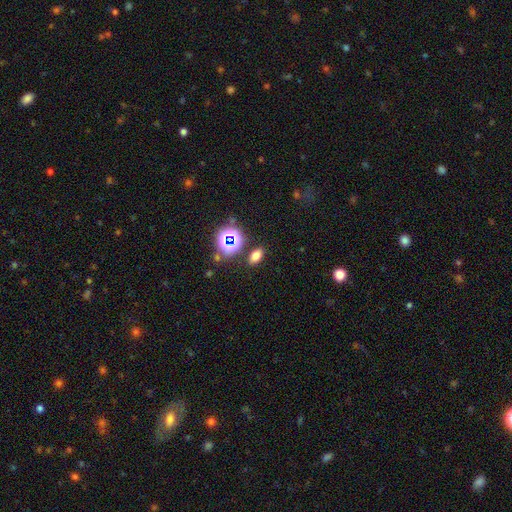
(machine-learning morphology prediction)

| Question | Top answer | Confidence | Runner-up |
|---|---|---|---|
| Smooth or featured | smooth | 68% | star or artifact (24%) |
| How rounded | in between | 83% | round (14%) |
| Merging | none | 85% | minor disturbance (8%) |